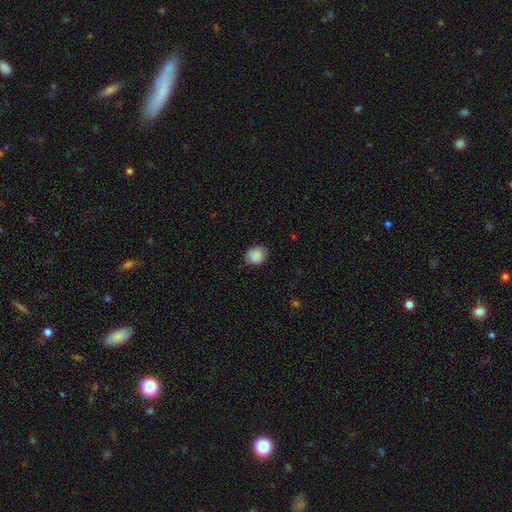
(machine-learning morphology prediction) type=smooth (88%); roundness=round (55%); merging=none (78%).